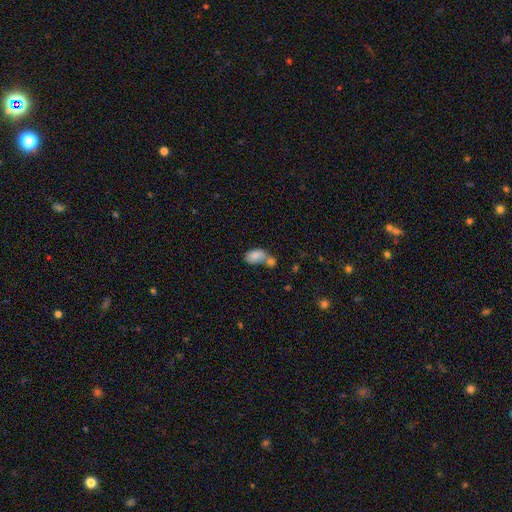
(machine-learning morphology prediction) Smooth or featured? smooth (81%)
How rounded? in between (87%)
Merging? merger (59%)